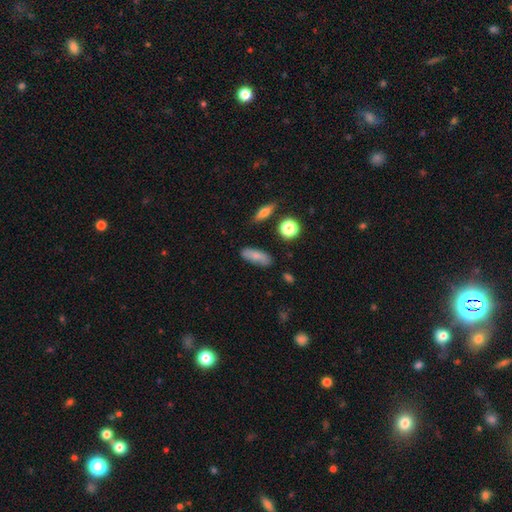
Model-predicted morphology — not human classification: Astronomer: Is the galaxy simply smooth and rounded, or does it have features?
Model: smooth — 76%.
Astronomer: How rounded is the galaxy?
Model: in between — 69%.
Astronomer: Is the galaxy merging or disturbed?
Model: none — 79%.